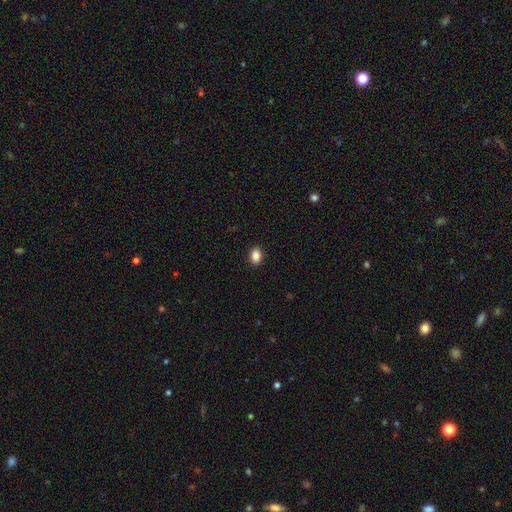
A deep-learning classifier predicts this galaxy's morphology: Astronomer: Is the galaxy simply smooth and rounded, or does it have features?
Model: smooth — 88%.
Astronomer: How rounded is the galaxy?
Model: in between — 74%.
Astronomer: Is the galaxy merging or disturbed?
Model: none — 91%.